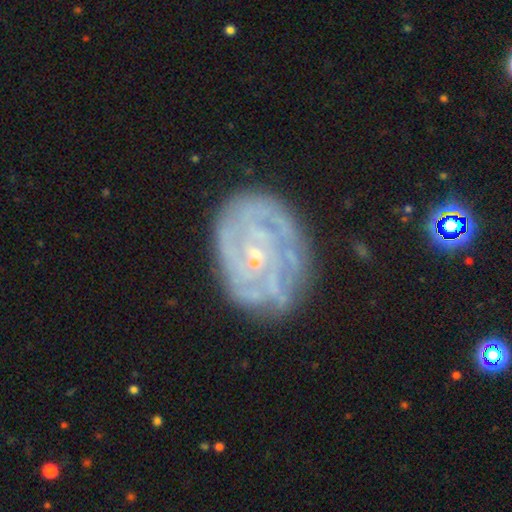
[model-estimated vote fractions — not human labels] A featured or disk galaxy (81%) with no bar (69%), tight (72%) spiral arms (86%) and a small central bulge (80%).

Vote fractions:
- Smooth or featured? featured or disk: 81% / smooth: 12% / star or artifact: 8%
- Edge-on disk? no: 97% / yes: 3%
- Bar? no: 69% / weak: 25% / strong: 6%
- Spiral arms? yes: 86% / no: 14%
- Spiral winding? tight: 72% / medium: 21% / loose: 6%
- Spiral arm count? can't tell: 44% / 4: 14% / 3: 13% / 2: 13% / more than 4: 10% / 1: 6%
- Bulge size? small: 80% / moderate: 14% / none: 3% / large: 1% / dominant: 1%
- Merging? none: 71% / minor disturbance: 19% / major disturbance: 8% / merger: 2%